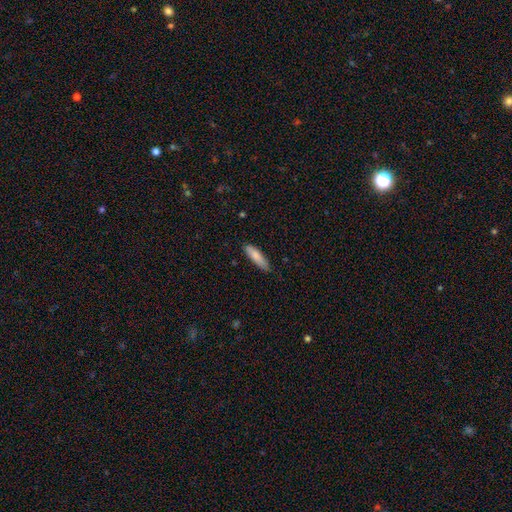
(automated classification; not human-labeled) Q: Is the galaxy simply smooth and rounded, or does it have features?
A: smooth — 82%.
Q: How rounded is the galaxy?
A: cigar-shaped — 68%.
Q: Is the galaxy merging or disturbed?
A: none — 79%.